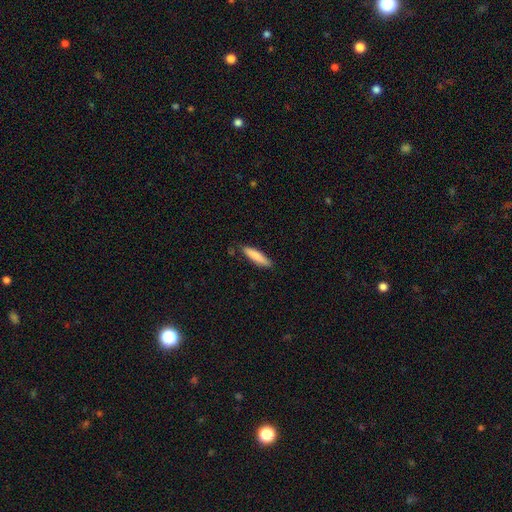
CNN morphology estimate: type=smooth (82%); roundness=cigar-shaped (81%); merging=none (84%).